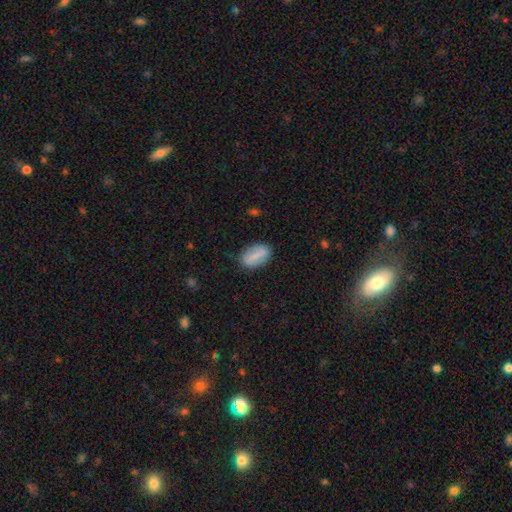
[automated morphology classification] smooth 66%, featured or disk 26%, star or artifact 7%. Down the decision tree: how rounded — in between (88%); merging — none (83%).